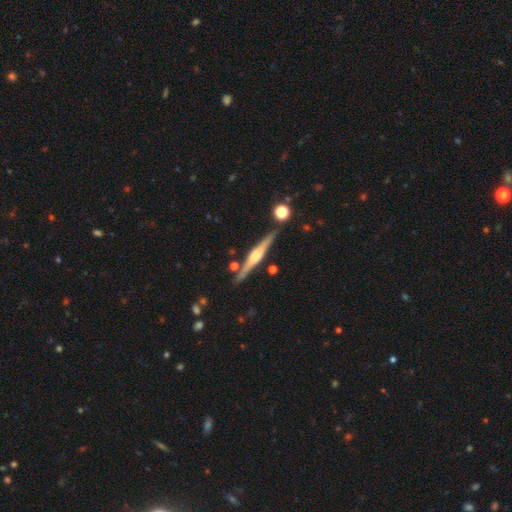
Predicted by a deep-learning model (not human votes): A featured or disk galaxy (75%) viewed edge-on (98%) with a rounded central bulge (75%). Merging: none (85%).